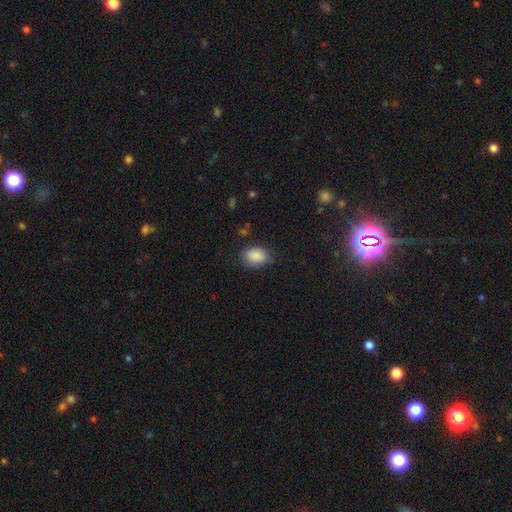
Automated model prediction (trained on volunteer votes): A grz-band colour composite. It shows a smooth galaxy with no disk features (87%) that is in between round and cigar-shaped (77%). Merging: none (74%).